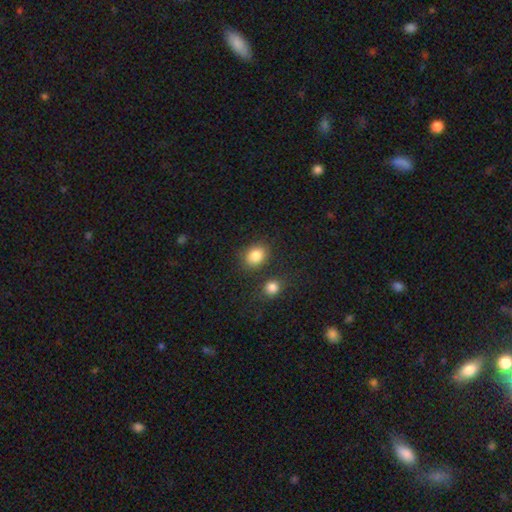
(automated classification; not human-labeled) smooth_or_featured: smooth (p=0.85) [alt: star or artifact p=0.10]
how_rounded: in between (p=0.51) [alt: round p=0.48]
merging: none (p=0.76) [alt: minor disturbance p=0.11]